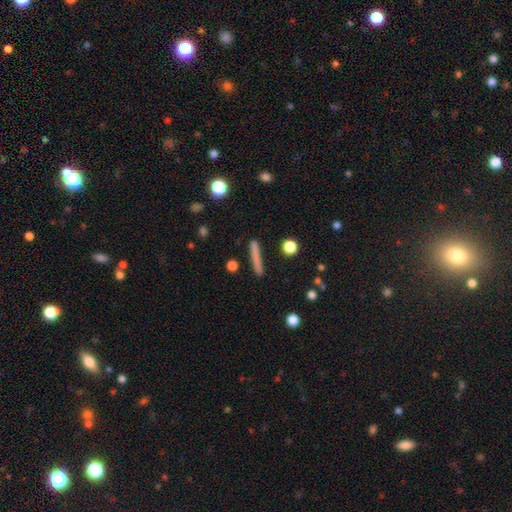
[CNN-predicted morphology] This is likely a smooth galaxy (75%). How rounded: clearly cigar-shaped (93%). Merging: clearly none (85%).